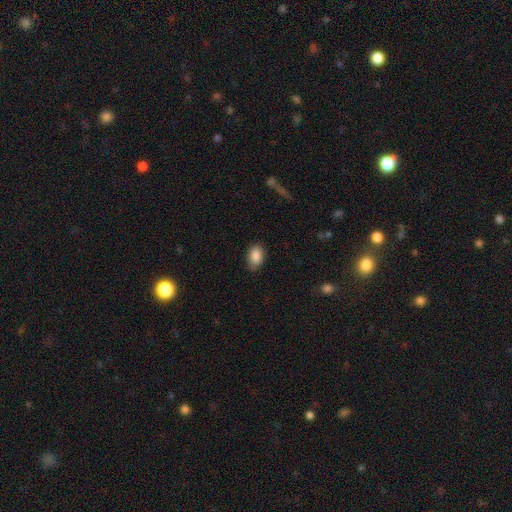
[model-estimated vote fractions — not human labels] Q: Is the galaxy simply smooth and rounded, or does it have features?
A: smooth — 88%.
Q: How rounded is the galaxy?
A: in between — 90%.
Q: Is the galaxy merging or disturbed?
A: none — 81%.